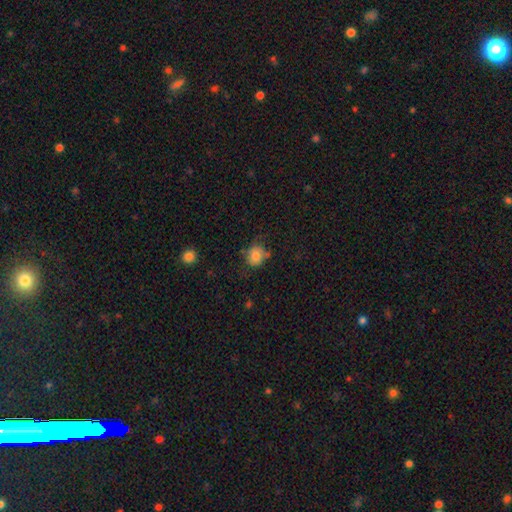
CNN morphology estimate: This is likely a smooth galaxy (78%). How rounded: likely round (76%). Merging: likely none (62%).